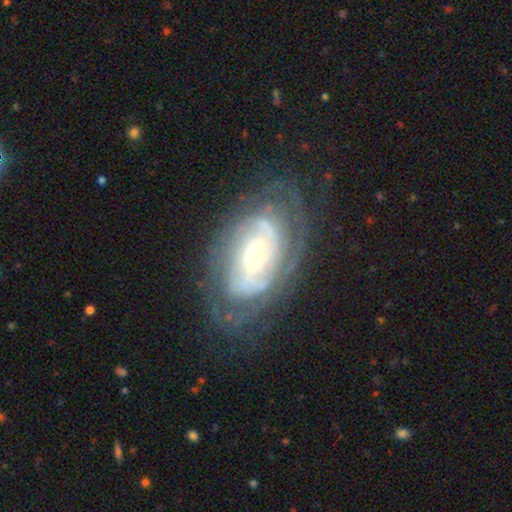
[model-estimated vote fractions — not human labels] The model was most divided on "spiral arm count": can't tell: 46%, 2: 24%, 3: 11%, 4: 8%, more than 4: 6%, 1: 5%. More confident: edge-on disk — no (95%); spiral arms — yes (87%); smooth or featured — featured or disk (83%); merging — none (70%); spiral winding — tight (69%); bar — no (68%); bulge size — small (62%).